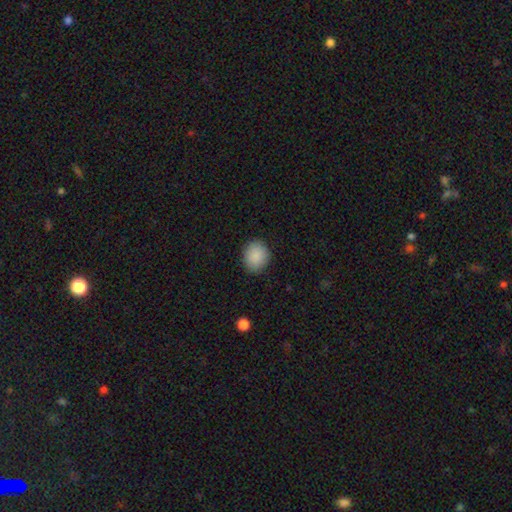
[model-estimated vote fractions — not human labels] Morphology: type=smooth (89%); roundness=round (63%); merging=none (87%).